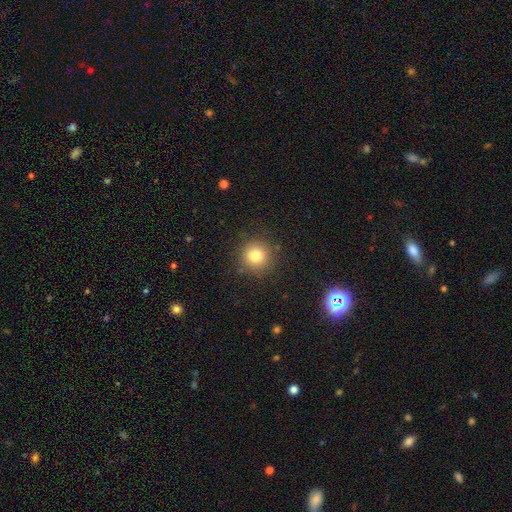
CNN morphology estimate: smooth 80%, star or artifact 12%, featured or disk 8%. Down the decision tree: how rounded — round (92%); merging — none (88%).